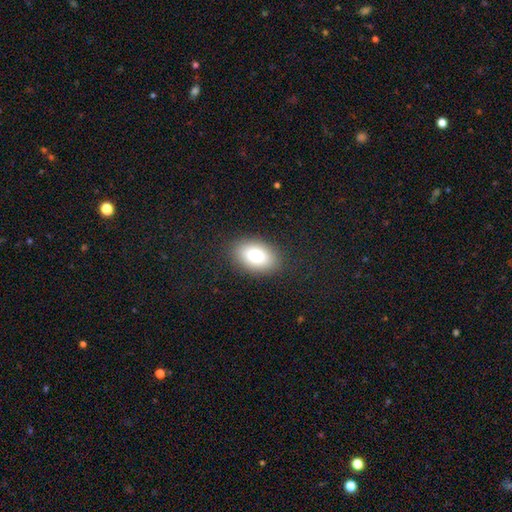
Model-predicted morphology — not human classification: smooth_or_featured: smooth (p=0.80) [alt: featured or disk p=0.11]
how_rounded: in between (p=0.86) [alt: round p=0.13]
merging: none (p=0.87) [alt: minor disturbance p=0.09]